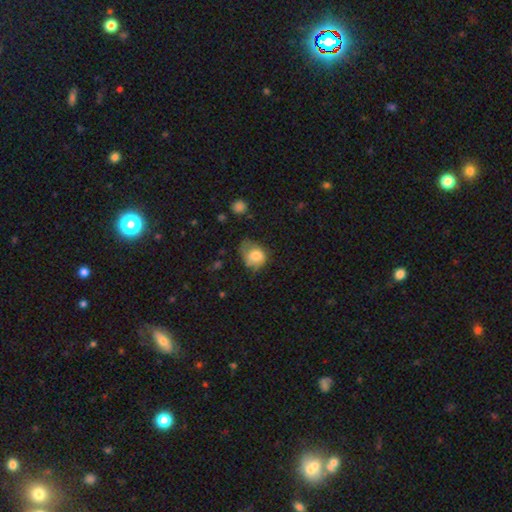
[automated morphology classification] Smooth or featured: smooth — 73% (featured or disk — 19%)
How rounded: round — 51% (in between — 48%)
Merging: minor disturbance — 37% (none — 34%)